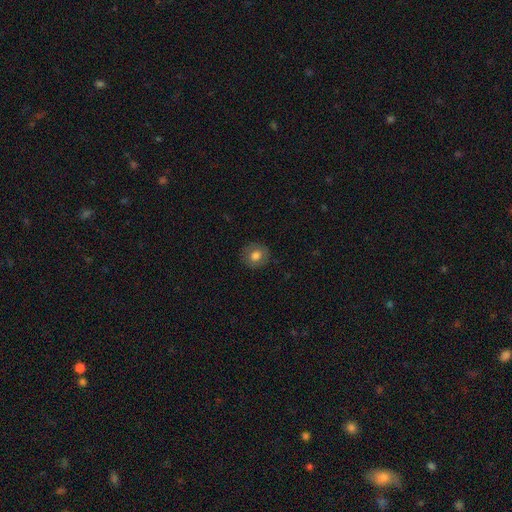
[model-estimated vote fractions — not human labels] Q: Smooth or featured?
A: smooth (76%); runner-up: featured or disk (14%)
Q: How rounded?
A: round (80%); runner-up: in between (19%)
Q: Merging?
A: none (86%); runner-up: minor disturbance (10%)